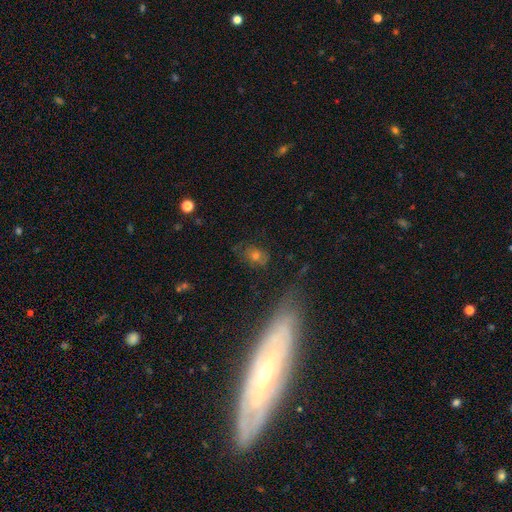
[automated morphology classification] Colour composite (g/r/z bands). It shows a smooth galaxy with no disk features (55%) that is in between round and cigar-shaped (64%). Merging: none (67%).